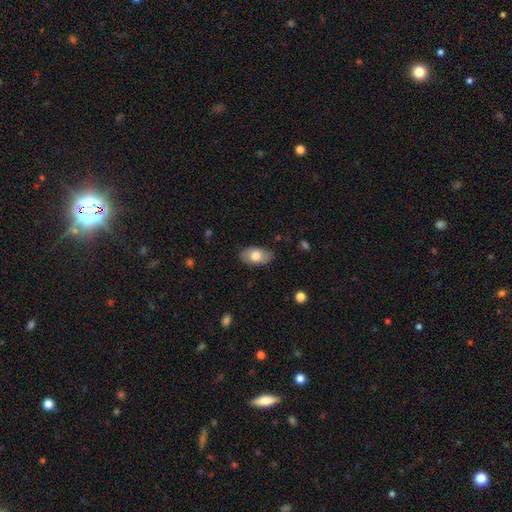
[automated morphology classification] Smooth or featured?
  - smooth: 74% *
  - featured or disk: 19%
  - star or artifact: 6%
How rounded?
  - in between: 93% *
  - round: 6%
  - cigar-shaped: 2%
Merging?
  - none: 83% *
  - minor disturbance: 13%
  - major disturbance: 3%
  - merger: 1%